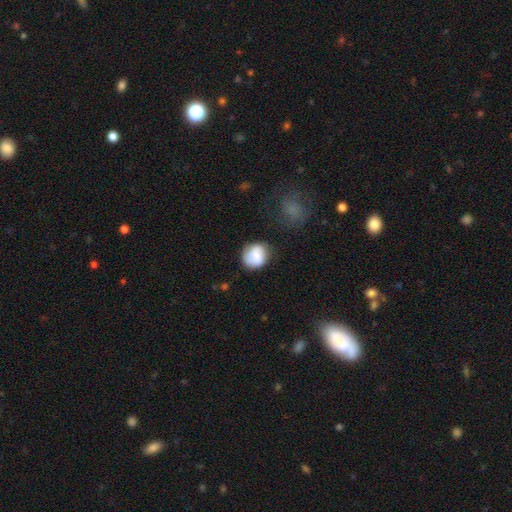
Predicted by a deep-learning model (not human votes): smooth_or_featured: smooth (p=0.73) [alt: featured or disk p=0.19]
how_rounded: round (p=0.76) [alt: in between p=0.23]
merging: none (p=0.67) [alt: minor disturbance p=0.21]